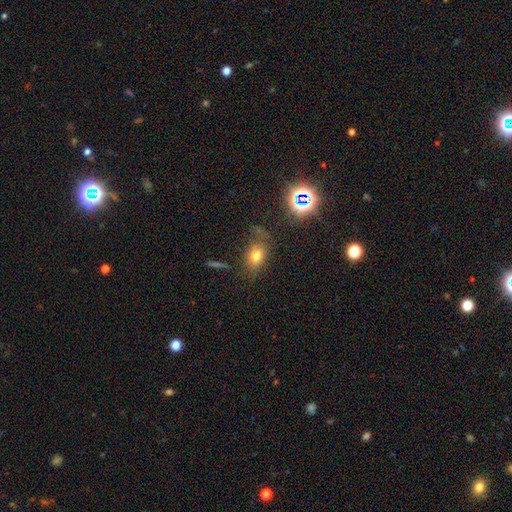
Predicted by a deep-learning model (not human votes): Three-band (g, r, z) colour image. It shows a smooth galaxy with no disk features (70%) that is in between round and cigar-shaped (72%). Merging: none (68%).